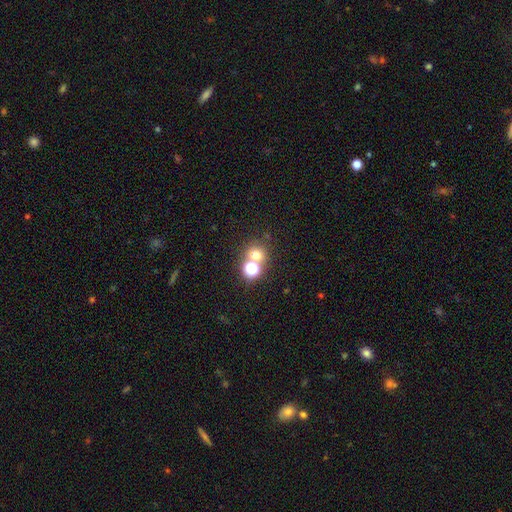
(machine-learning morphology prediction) smooth_or_featured: smooth (p=0.64) [alt: star or artifact p=0.27]
how_rounded: round (p=0.86) [alt: in between p=0.13]
merging: none (p=0.61) [alt: merger p=0.29]